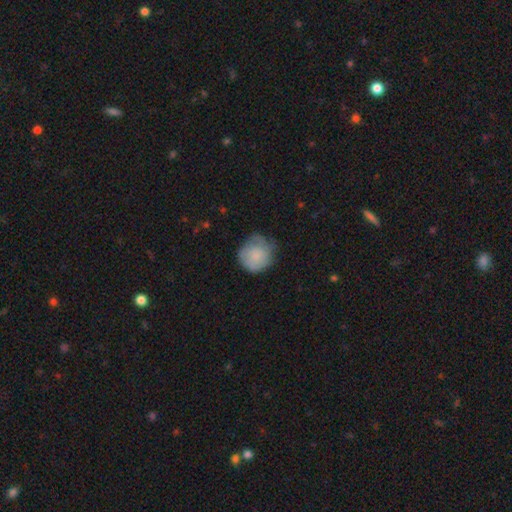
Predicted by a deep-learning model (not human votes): This appears to be a smooth galaxy with no disk features (75%) that is round (86%). Merging: none (52%).